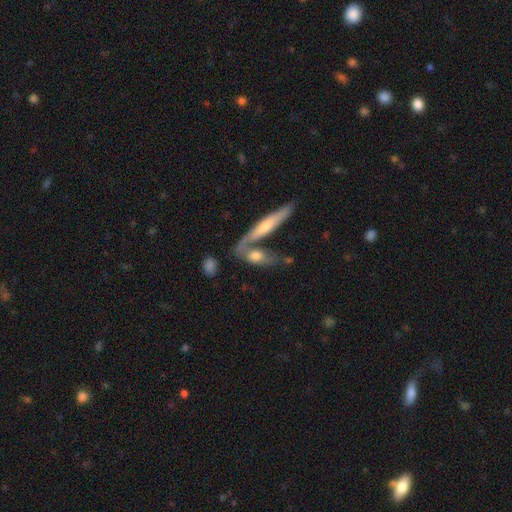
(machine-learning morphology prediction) Smooth or featured? smooth (56%)
How rounded? in between (55%)
Merging? merger (44%)